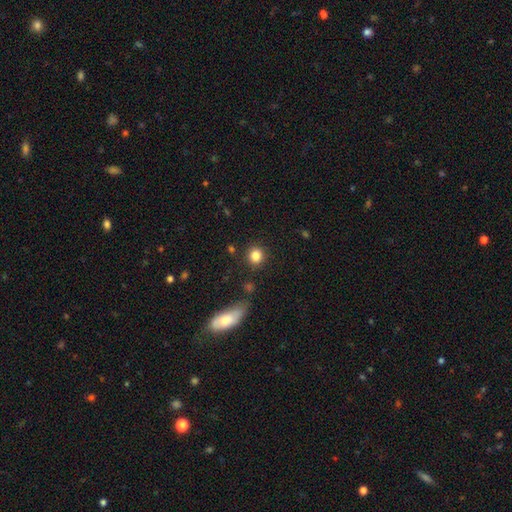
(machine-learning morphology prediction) Overall: smooth (84%). How rounded: round (85%). Merging: none (85%).